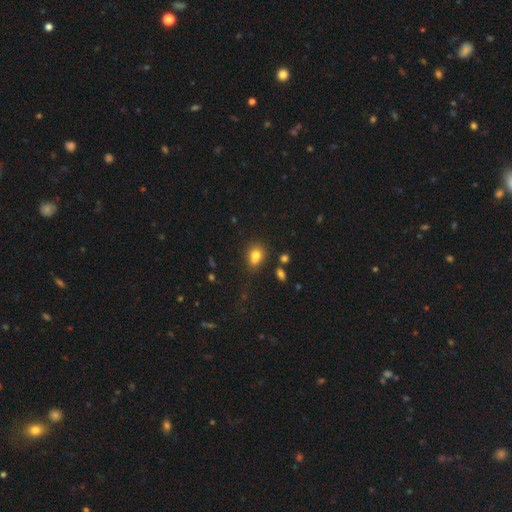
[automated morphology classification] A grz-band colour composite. It shows a smooth galaxy with no disk features (77%) that is in between round and cigar-shaped (51%). Merging: none (55%).